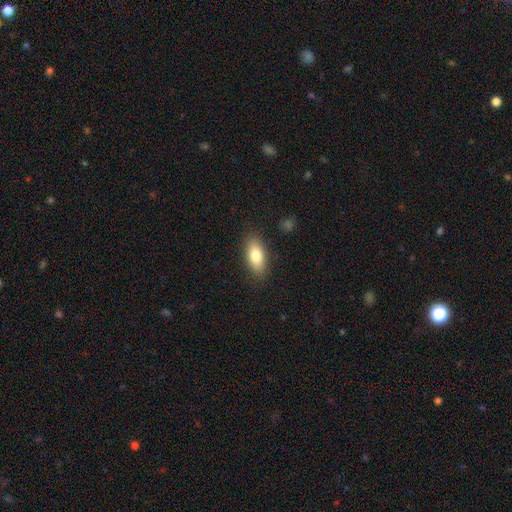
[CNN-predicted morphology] A smooth galaxy with no disk features (79%) that is in between round and cigar-shaped (83%).

Vote fractions:
- Smooth or featured? smooth: 79% / featured or disk: 14% / star or artifact: 7%
- How rounded? in between: 83% / cigar-shaped: 13% / round: 3%
- Merging? none: 86% / minor disturbance: 10% / major disturbance: 3% / merger: 1%